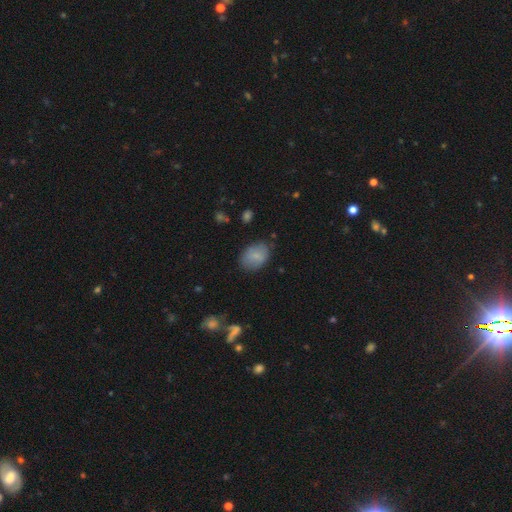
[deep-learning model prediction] A smooth galaxy with no disk features (80%) that is in between round and cigar-shaped (79%).

Vote fractions:
- Smooth or featured? smooth: 80% / featured or disk: 12% / star or artifact: 8%
- How rounded? in between: 79% / round: 20% / cigar-shaped: 1%
- Merging? none: 76% / minor disturbance: 18% / major disturbance: 4% / merger: 2%